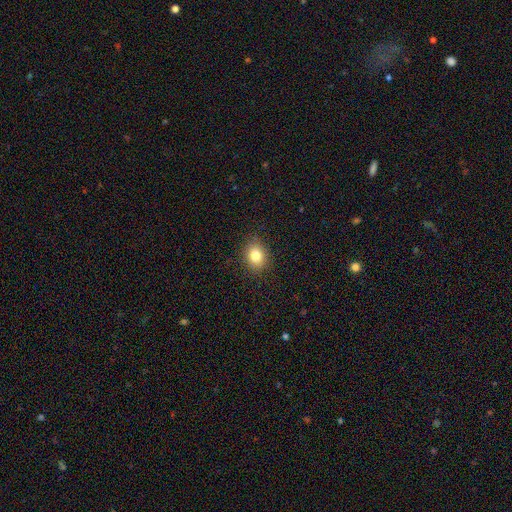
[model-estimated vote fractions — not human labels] Smooth or featured? Predicted: smooth (p=0.82). How rounded? Predicted: round (p=0.52). Merging? Predicted: none (p=0.87).